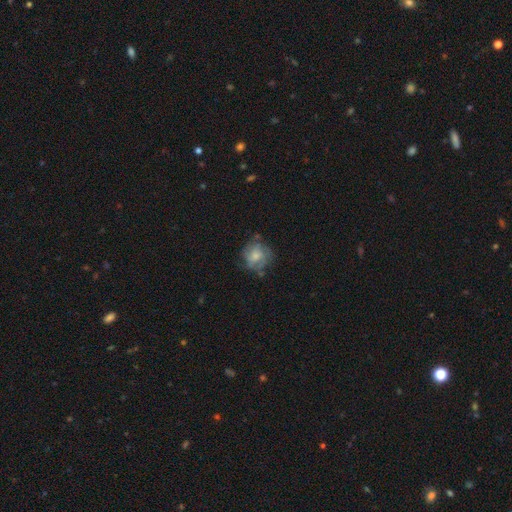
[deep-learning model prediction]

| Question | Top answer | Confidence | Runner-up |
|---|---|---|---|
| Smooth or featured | smooth | 48% | featured or disk (43%) |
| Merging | none | 61% | minor disturbance (24%) |